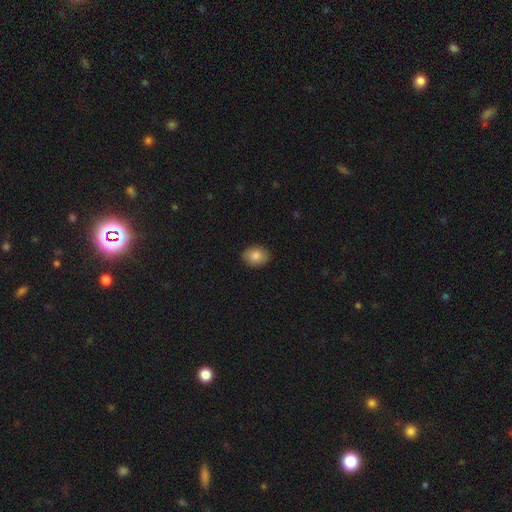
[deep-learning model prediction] smooth 85%, star or artifact 8%, featured or disk 7%. Down the decision tree: how rounded — in between (64%); merging — none (89%).